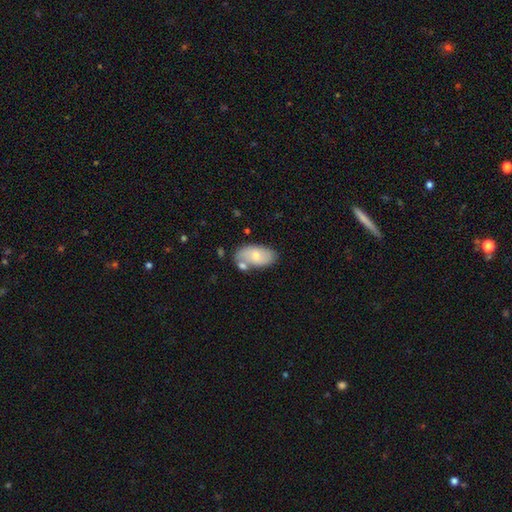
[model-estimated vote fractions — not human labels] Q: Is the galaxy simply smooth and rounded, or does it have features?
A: smooth — 60%.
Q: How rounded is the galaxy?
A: in between — 93%.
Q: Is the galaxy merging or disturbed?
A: none — 59%.